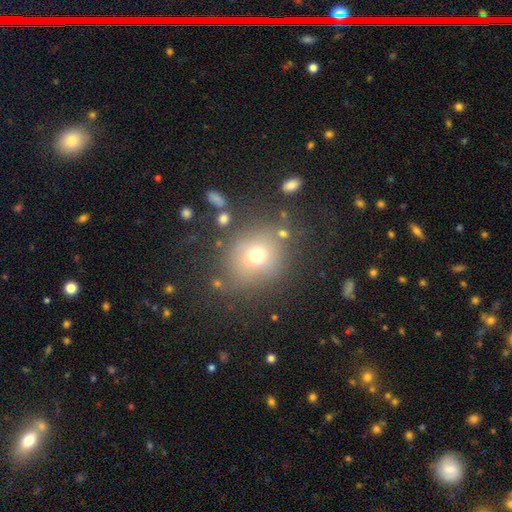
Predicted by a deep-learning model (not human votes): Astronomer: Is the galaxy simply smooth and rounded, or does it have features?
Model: smooth — 68%.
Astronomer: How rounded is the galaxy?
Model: round — 77%.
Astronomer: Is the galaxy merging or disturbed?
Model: none — 75%.